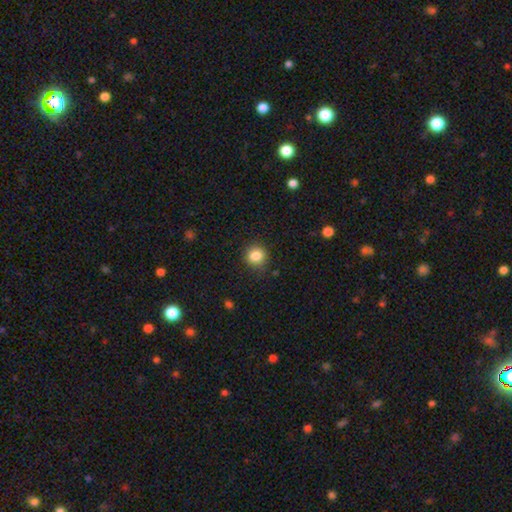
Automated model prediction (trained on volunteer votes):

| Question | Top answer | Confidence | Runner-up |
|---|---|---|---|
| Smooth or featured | smooth | 85% | star or artifact (11%) |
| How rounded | round | 88% | in between (11%) |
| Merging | none | 86% | minor disturbance (10%) |